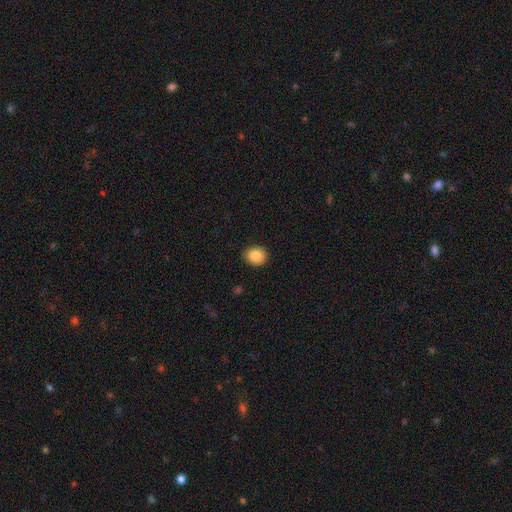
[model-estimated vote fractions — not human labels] smooth_or_featured: smooth (p=0.87) [alt: star or artifact p=0.08]
how_rounded: round (p=0.69) [alt: in between p=0.30]
merging: none (p=0.90) [alt: minor disturbance p=0.07]